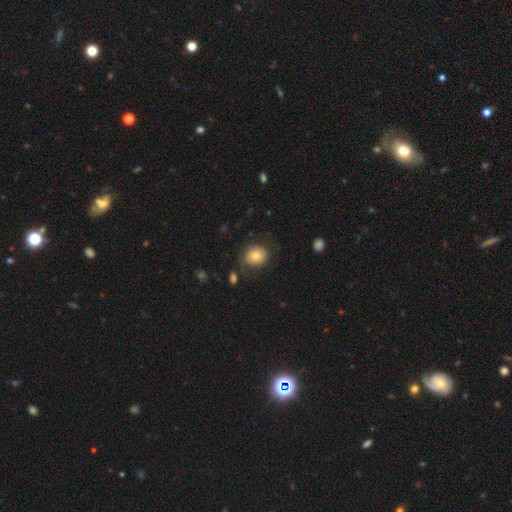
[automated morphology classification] Smooth or featured? smooth (74%)
How rounded? round (62%)
Merging? none (65%)